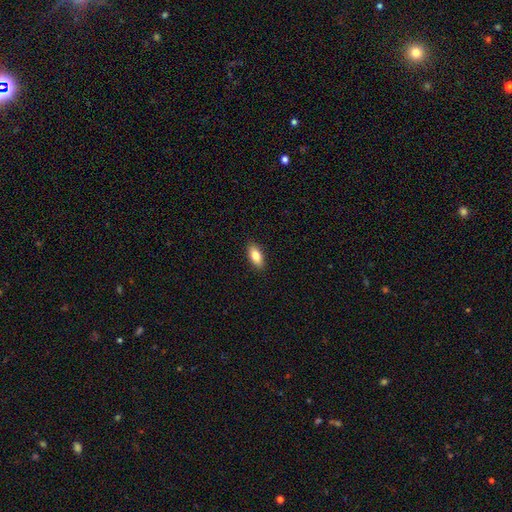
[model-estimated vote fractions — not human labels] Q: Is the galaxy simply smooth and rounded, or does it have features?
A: smooth — 82%.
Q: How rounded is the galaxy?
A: in between — 89%.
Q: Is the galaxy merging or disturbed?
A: none — 90%.